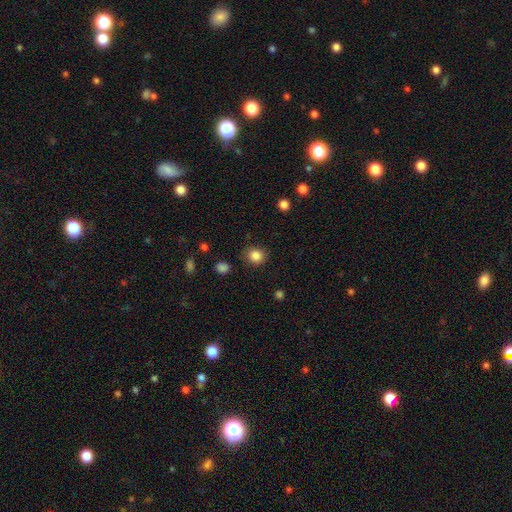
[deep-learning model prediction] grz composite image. It shows a smooth galaxy with no disk features (85%) that is round (80%). Merging: none (86%).